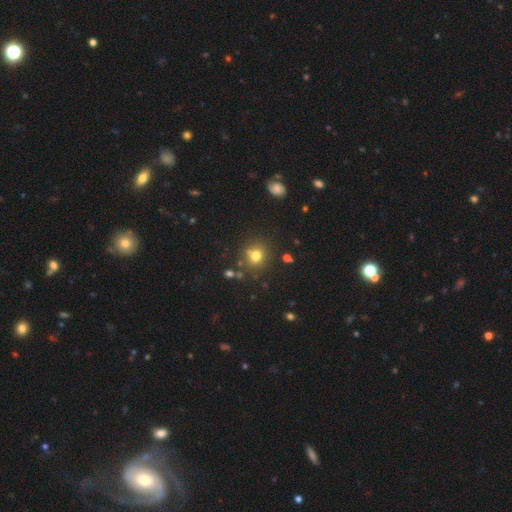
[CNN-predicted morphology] The model was most divided on "smooth or featured": smooth: 75%, star or artifact: 17%, featured or disk: 9%. More confident: how rounded — round (86%); merging — none (78%).